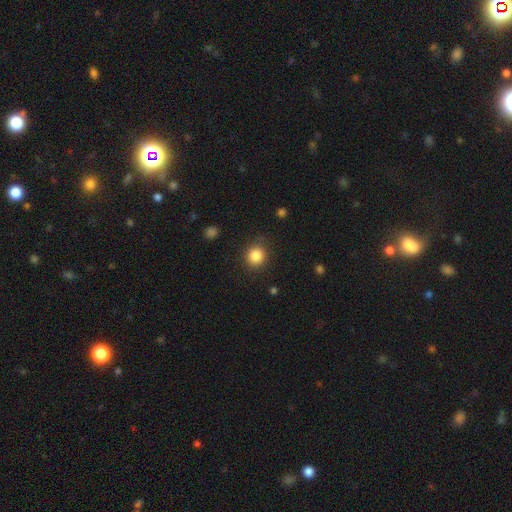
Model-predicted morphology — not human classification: smooth 85%, star or artifact 10%, featured or disk 4%. Down the decision tree: how rounded — round (86%); merging — none (86%).